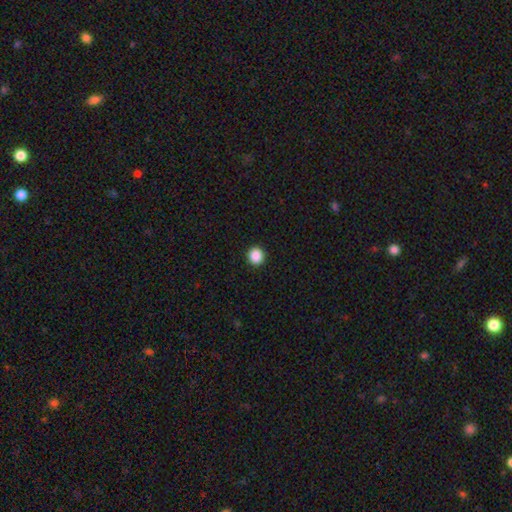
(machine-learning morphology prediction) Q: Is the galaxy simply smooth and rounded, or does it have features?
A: smooth — 88%.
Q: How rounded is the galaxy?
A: round — 90%.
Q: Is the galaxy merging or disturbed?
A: none — 93%.